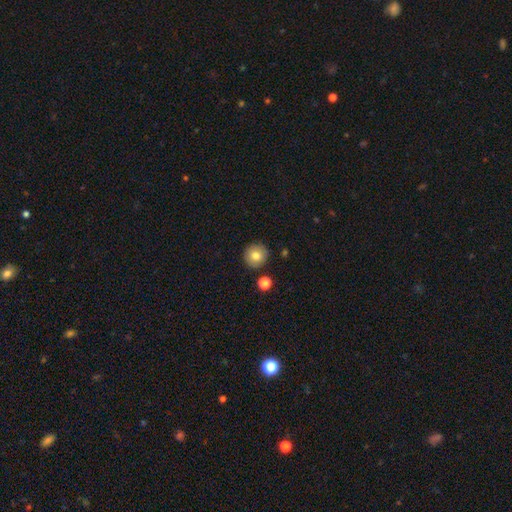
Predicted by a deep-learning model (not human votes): A smooth galaxy with no disk features (80%) that is round (93%). Merging: none (88%).